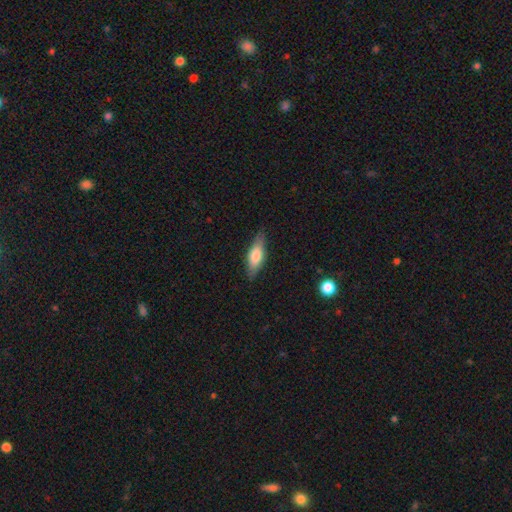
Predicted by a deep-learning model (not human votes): This appears to be a smooth galaxy with no disk features (66%) that is in between round and cigar-shaped (62%). Merging: none (81%).